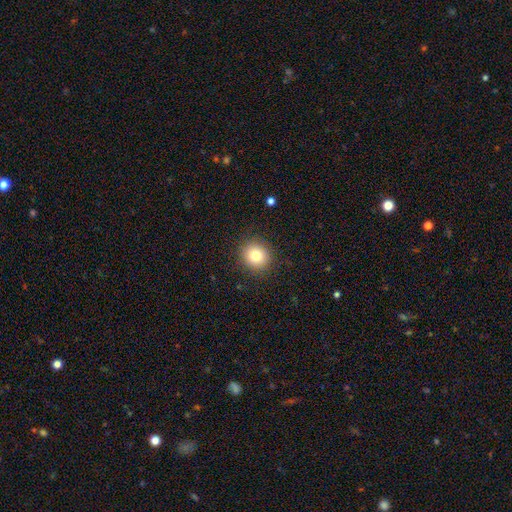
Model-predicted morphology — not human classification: This is clearly a smooth galaxy (81%). How rounded: clearly round (87%). Merging: clearly none (90%).